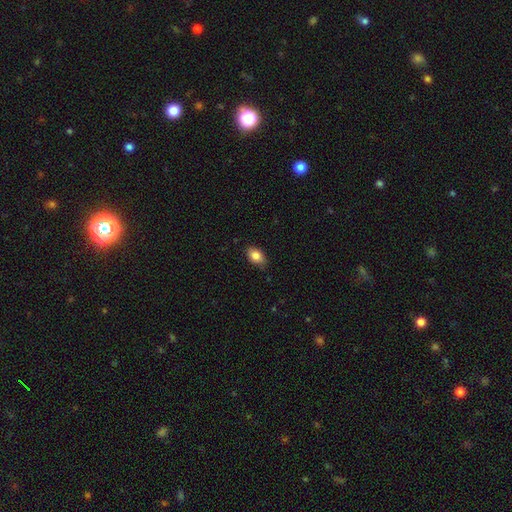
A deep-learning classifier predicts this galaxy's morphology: This appears to be a smooth galaxy with no disk features (85%) that is in between round and cigar-shaped (85%). Merging: none (82%).